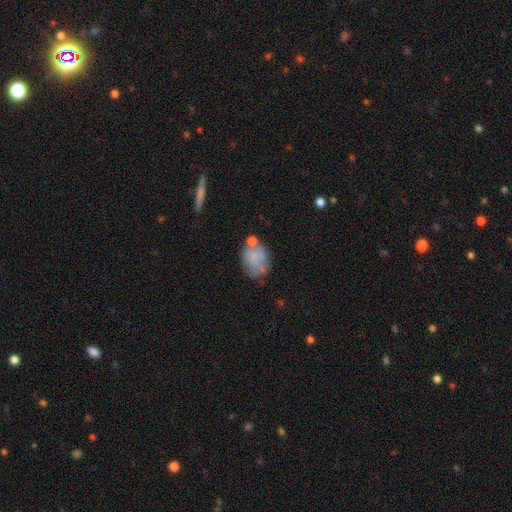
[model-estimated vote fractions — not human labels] smooth 55%, featured or disk 35%, star or artifact 10%. Down the decision tree: how rounded — in between (65%); merging — none (45%).